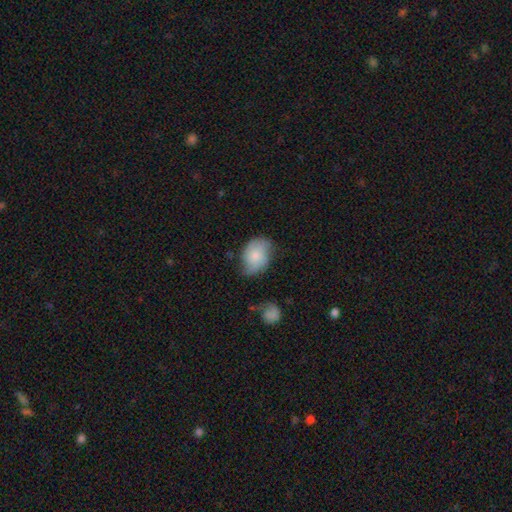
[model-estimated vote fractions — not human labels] Q: Smooth or featured?
A: smooth (64%); runner-up: featured or disk (28%)
Q: How rounded?
A: in between (71%); runner-up: round (28%)
Q: Merging?
A: none (52%); runner-up: minor disturbance (34%)